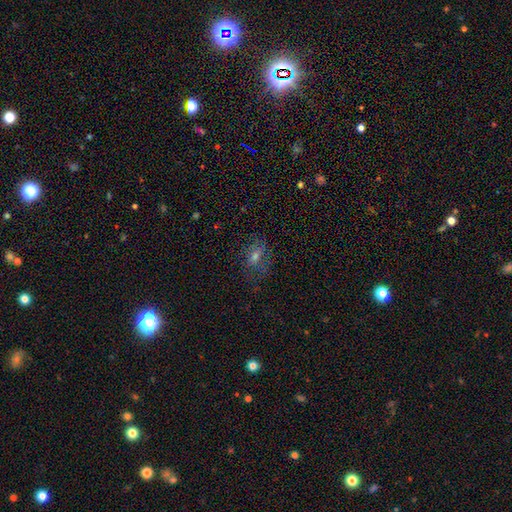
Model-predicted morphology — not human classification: Smooth or featured?
  - smooth: 43% *
  - featured or disk: 29%
  - star or artifact: 28%
Merging?
  - none: 64% *
  - minor disturbance: 19%
  - major disturbance: 14%
  - merger: 2%